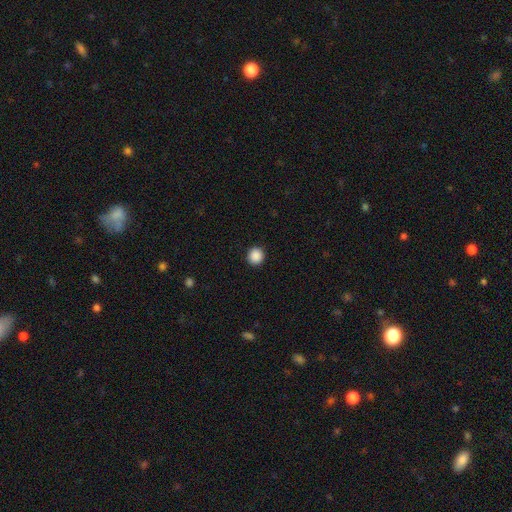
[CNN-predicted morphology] smooth_or_featured: smooth (p=0.89) [alt: star or artifact p=0.09]
how_rounded: round (p=0.94) [alt: in between p=0.05]
merging: none (p=0.93) [alt: minor disturbance p=0.05]